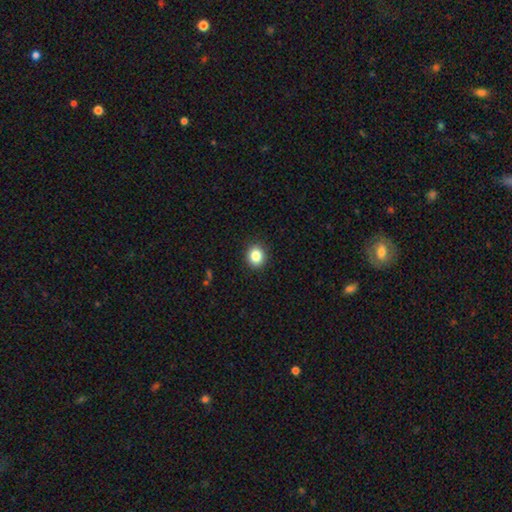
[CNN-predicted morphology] A smooth galaxy with no disk features (85%) that is round (77%).

Vote fractions:
- Smooth or featured? smooth: 85% / star or artifact: 10% / featured or disk: 5%
- How rounded? round: 77% / in between: 22% / cigar-shaped: 1%
- Merging? none: 91% / minor disturbance: 6% / major disturbance: 2% / merger: 1%